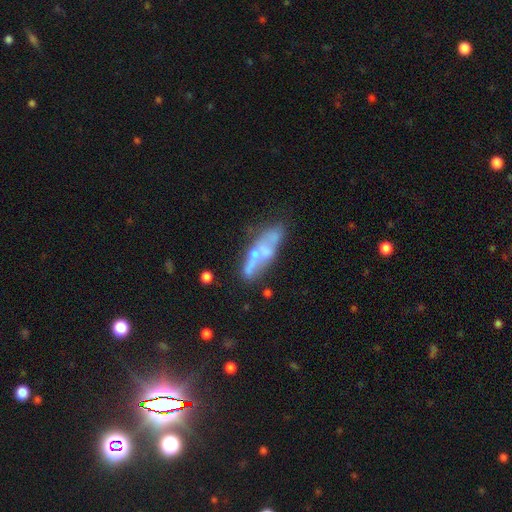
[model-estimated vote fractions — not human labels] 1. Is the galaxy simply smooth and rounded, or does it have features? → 57% featured or disk, 33% smooth, 10% star or artifact.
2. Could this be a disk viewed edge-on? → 66% no, 34% yes.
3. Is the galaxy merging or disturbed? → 46% none, 21% minor disturbance, 19% merger, 14% major disturbance.